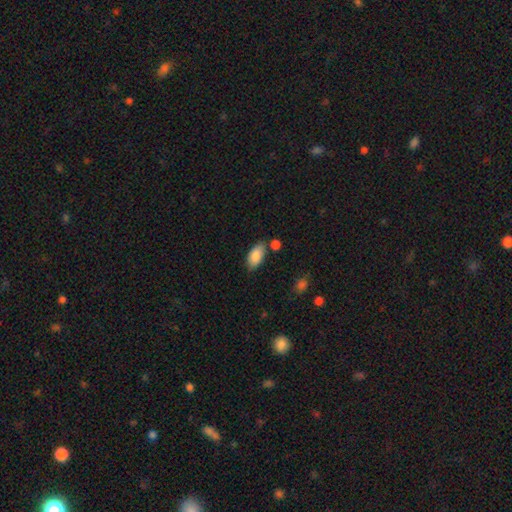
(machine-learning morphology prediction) Smooth or featured?
  - smooth: 88% *
  - star or artifact: 6%
  - featured or disk: 6%
How rounded?
  - in between: 93% *
  - cigar-shaped: 4%
  - round: 2%
Merging?
  - none: 71% *
  - minor disturbance: 16%
  - merger: 10%
  - major disturbance: 4%